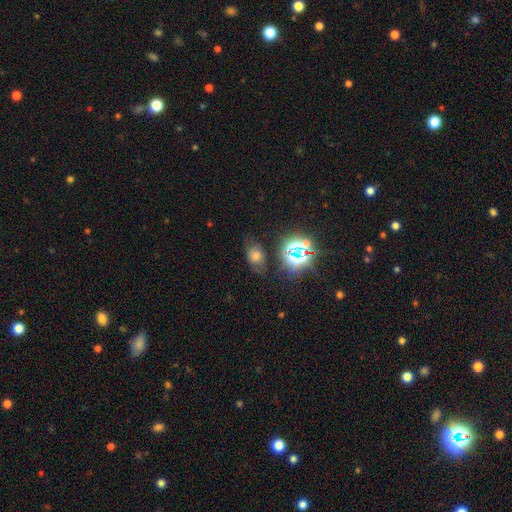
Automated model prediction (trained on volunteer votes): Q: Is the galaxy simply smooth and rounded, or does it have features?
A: smooth — 42%.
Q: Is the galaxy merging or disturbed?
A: none — 68%.